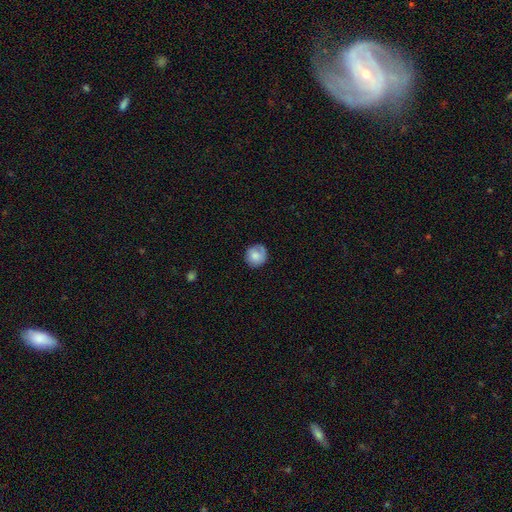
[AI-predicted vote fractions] This appears to be a smooth galaxy with no disk features (77%) that is round (88%). Merging: none (74%).